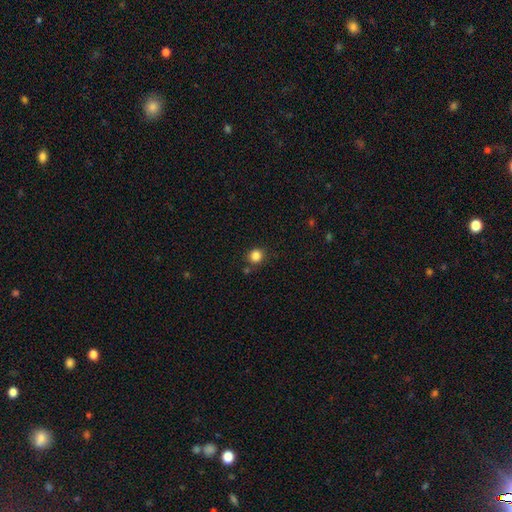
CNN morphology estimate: Smooth or featured?
  - smooth: 84% *
  - star or artifact: 12%
  - featured or disk: 4%
How rounded?
  - round: 88% *
  - in between: 11%
  - cigar-shaped: 1%
Merging?
  - none: 83% *
  - minor disturbance: 9%
  - merger: 5%
  - major disturbance: 3%